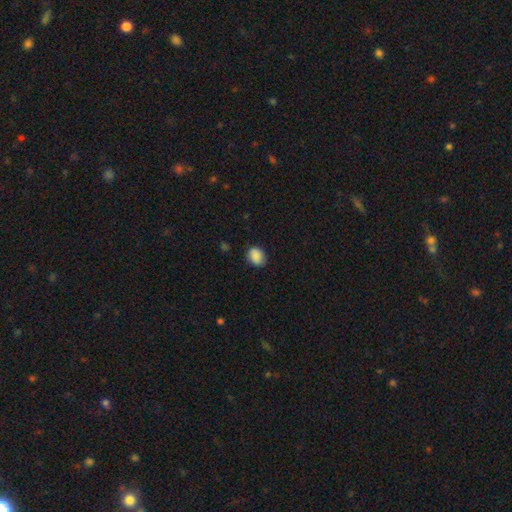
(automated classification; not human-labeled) The model was most divided on "how rounded": round: 50%, in between: 49%, cigar-shaped: 1%. More confident: smooth or featured — smooth (87%); merging — none (80%).